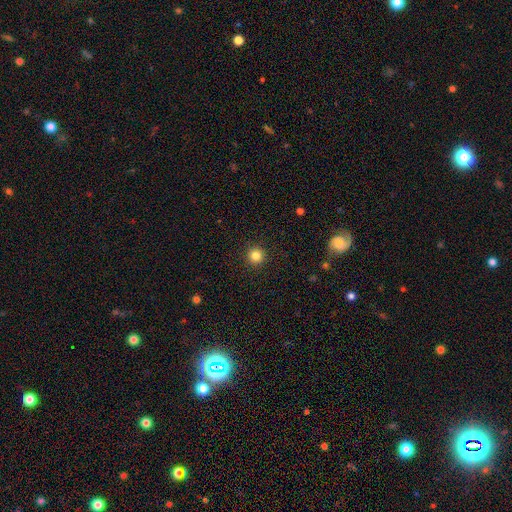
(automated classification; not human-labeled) A smooth galaxy with no disk features (83%) that is round (96%). Merging: none (93%).